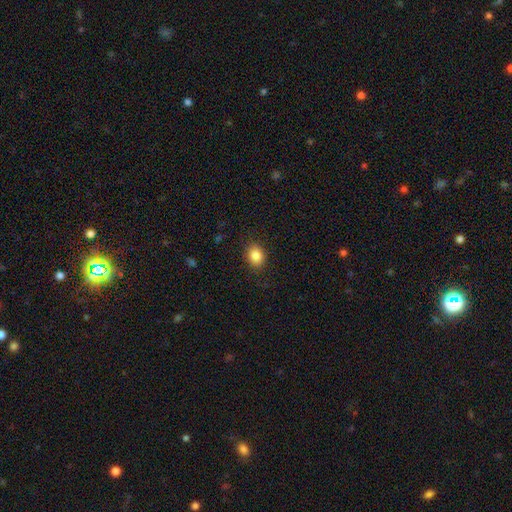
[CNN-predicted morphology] type=smooth (85%); roundness=in between (51%); merging=none (88%).